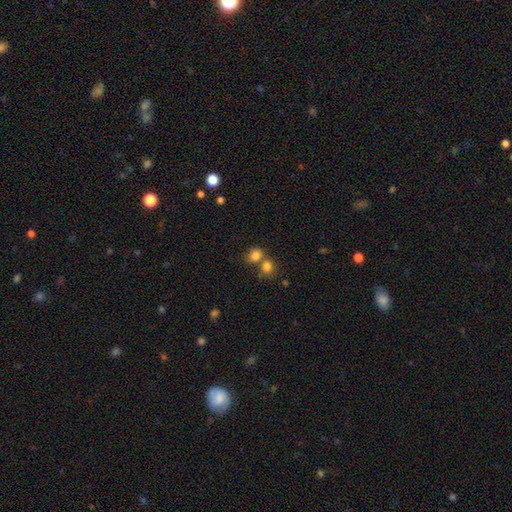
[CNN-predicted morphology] A smooth galaxy with no disk features (81%) that is round (58%). Merging: none (46%).